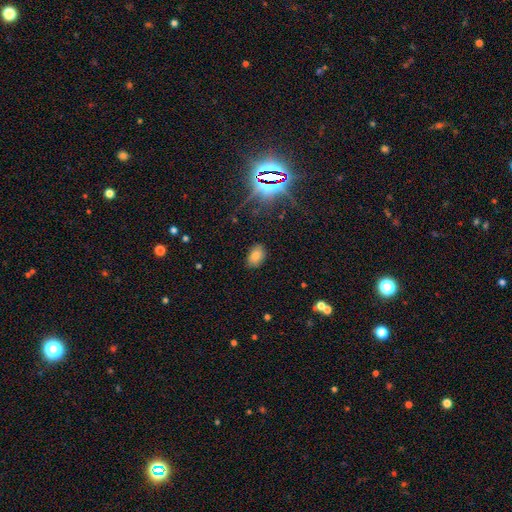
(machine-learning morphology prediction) This appears to be a smooth galaxy with no disk features (76%) that is in between round and cigar-shaped (86%). Merging: none (84%).